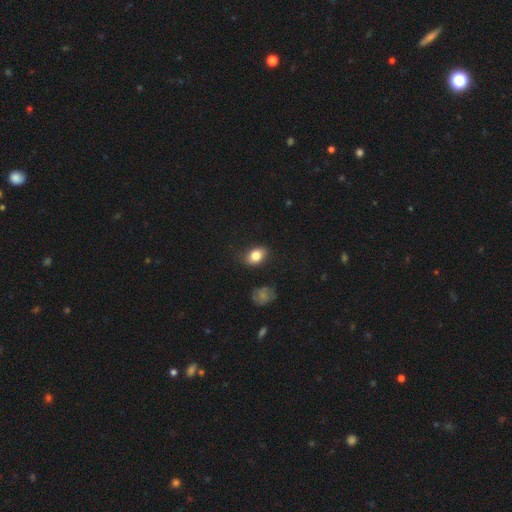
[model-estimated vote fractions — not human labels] Smooth or featured? smooth (82%)
How rounded? in between (76%)
Merging? none (78%)